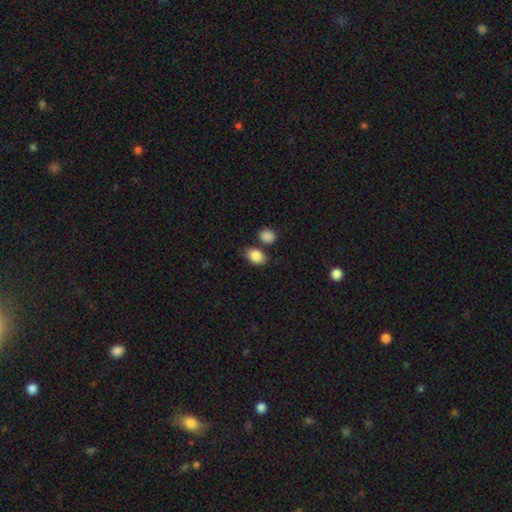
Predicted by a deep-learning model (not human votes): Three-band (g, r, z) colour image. It shows a smooth galaxy with no disk features (87%) that is in between round and cigar-shaped (70%). Merging: none (69%).